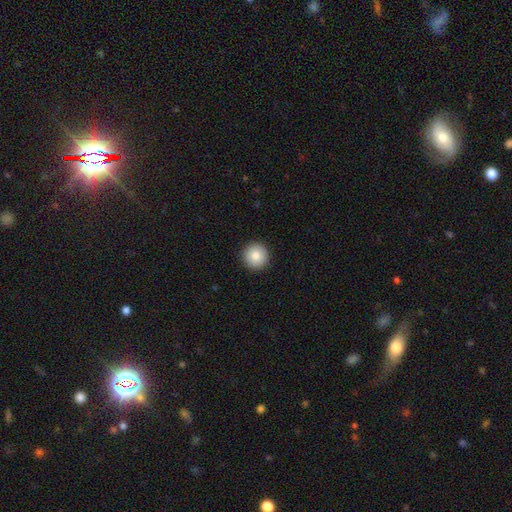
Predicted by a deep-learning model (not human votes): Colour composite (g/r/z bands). It shows a smooth galaxy with no disk features (83%) that is round (96%). Merging: none (93%).